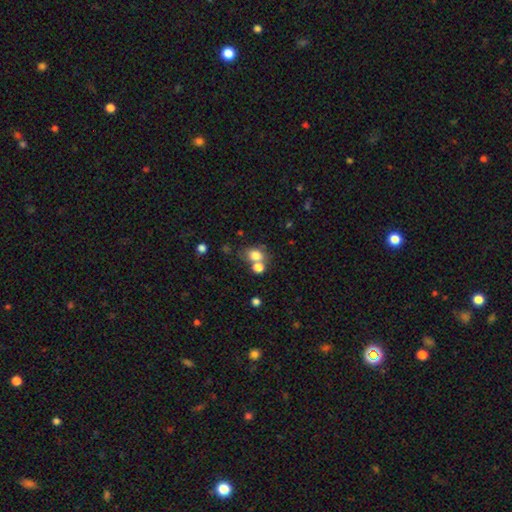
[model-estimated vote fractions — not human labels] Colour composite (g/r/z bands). It shows a smooth galaxy with no disk features (77%) that is round (50%). Merging: none (50%).